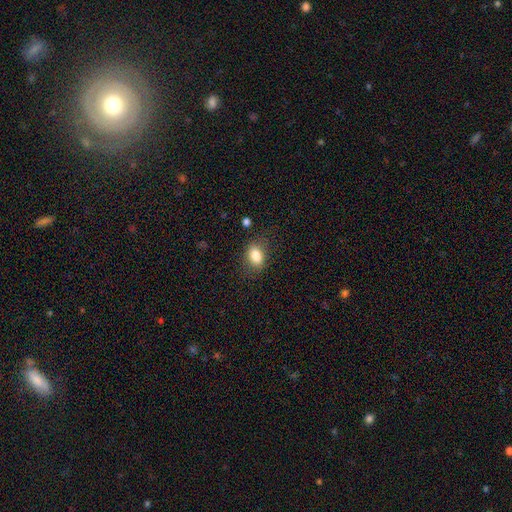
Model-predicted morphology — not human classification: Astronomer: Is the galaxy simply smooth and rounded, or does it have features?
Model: smooth — 83%.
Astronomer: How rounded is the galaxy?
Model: in between — 76%.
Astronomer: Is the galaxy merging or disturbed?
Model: none — 77%.